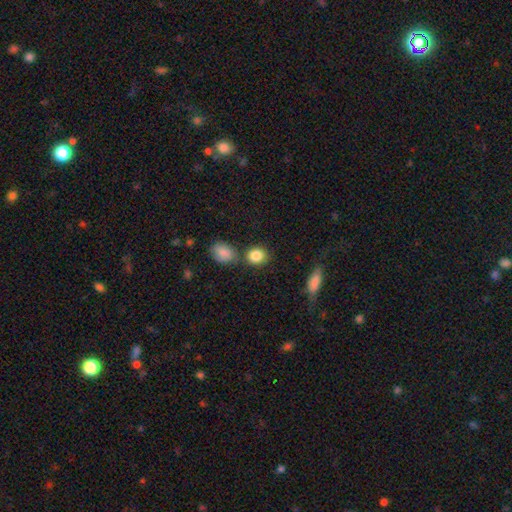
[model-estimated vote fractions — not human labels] Morphology: type=smooth (86%); roundness=round (65%); merging=none (68%).